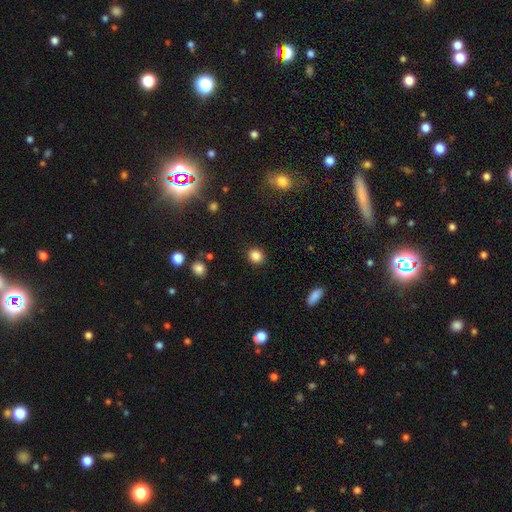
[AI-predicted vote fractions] smooth-or-featured: smooth: 85% | star or artifact: 11% | featured or disk: 4%
  how-rounded: round: 77% | in between: 22% | cigar-shaped: 1%
  merging: none: 90% | minor disturbance: 6% | major disturbance: 2% | merger: 1%